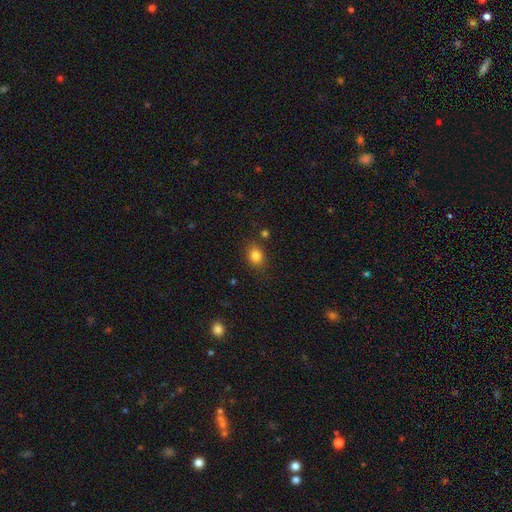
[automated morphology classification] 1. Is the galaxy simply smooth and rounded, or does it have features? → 83% smooth, 11% star or artifact, 6% featured or disk.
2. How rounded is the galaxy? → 51% round, 48% in between, 1% cigar-shaped.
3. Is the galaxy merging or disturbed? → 82% none, 12% minor disturbance, 3% major disturbance, 3% merger.